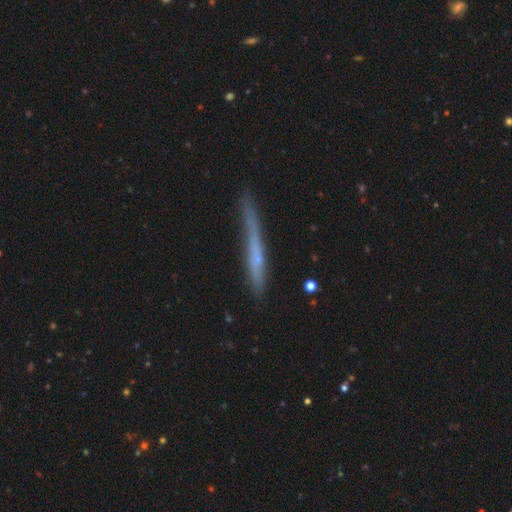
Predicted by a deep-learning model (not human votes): Smooth or featured?
  - smooth: 48% *
  - featured or disk: 44%
  - star or artifact: 8%
Merging?
  - none: 64% *
  - minor disturbance: 25%
  - major disturbance: 7%
  - merger: 3%